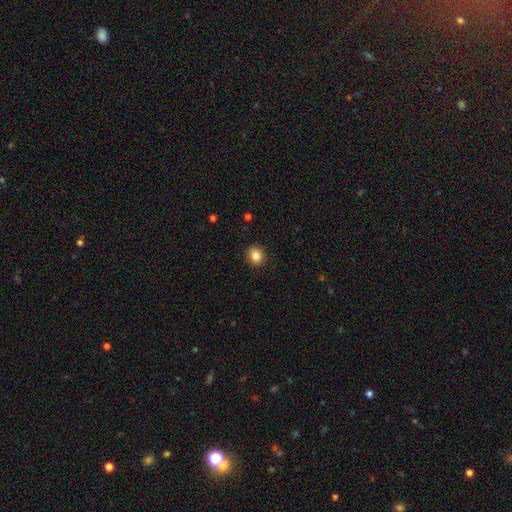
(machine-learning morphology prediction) Smooth or featured? Predicted: smooth (p=0.87). How rounded? Predicted: round (p=0.74). Merging? Predicted: none (p=0.90).